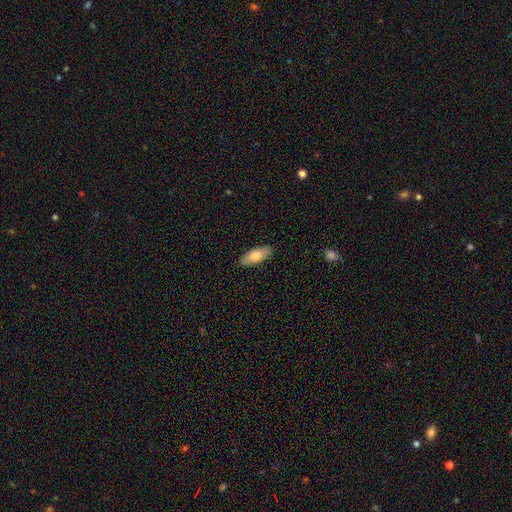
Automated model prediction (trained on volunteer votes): This is likely a smooth galaxy (76%). How rounded: likely in between (76%). Merging: clearly none (89%).